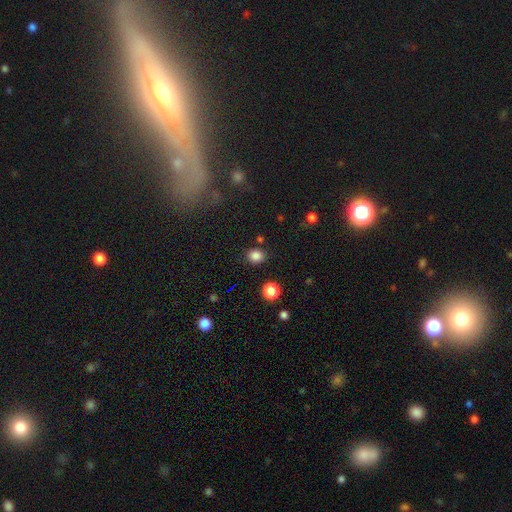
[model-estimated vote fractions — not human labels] Smooth or featured: smooth — 83% (star or artifact — 13%)
How rounded: round — 72% (in between — 27%)
Merging: none — 85% (minor disturbance — 9%)